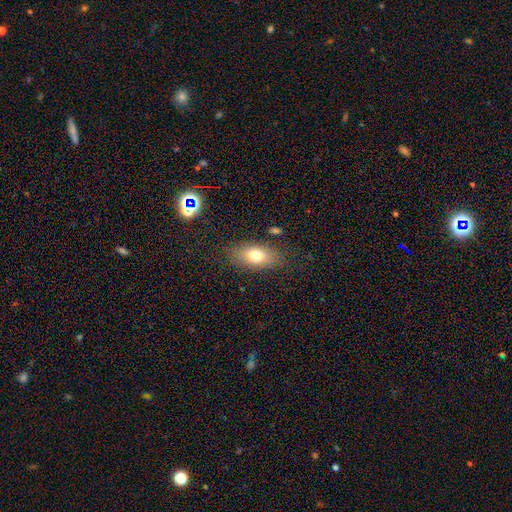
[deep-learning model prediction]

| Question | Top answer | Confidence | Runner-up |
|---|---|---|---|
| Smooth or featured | smooth | 75% | featured or disk (16%) |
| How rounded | in between | 86% | round (9%) |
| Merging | none | 81% | minor disturbance (13%) |